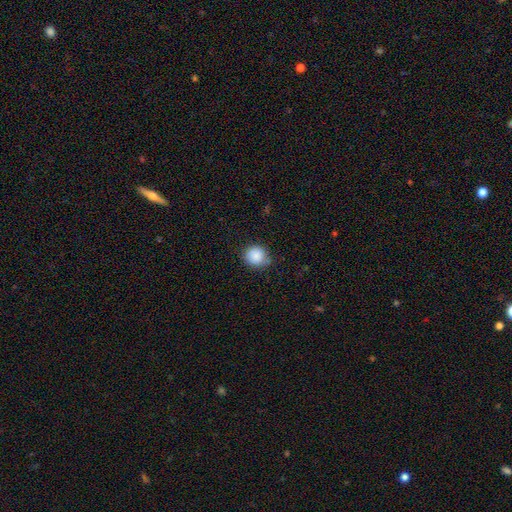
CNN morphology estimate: Overall: smooth (88%). How rounded: round (90%). Merging: none (80%).